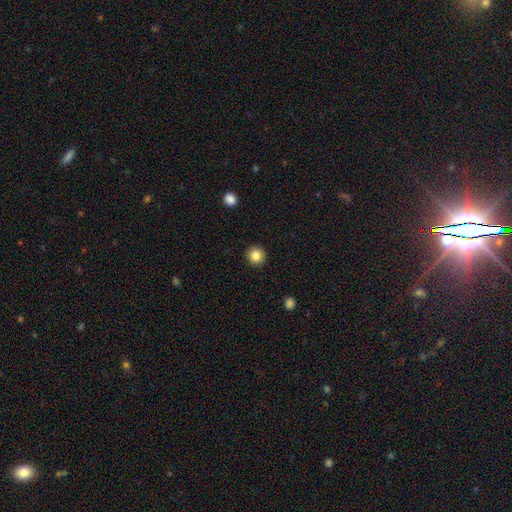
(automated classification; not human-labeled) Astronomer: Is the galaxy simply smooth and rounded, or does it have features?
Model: smooth — 84%.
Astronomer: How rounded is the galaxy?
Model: round — 94%.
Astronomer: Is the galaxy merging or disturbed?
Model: none — 93%.